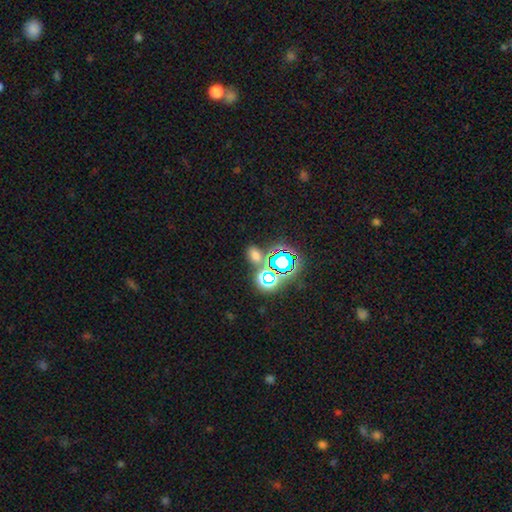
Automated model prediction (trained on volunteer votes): Overall: smooth (56%; star or artifact 36%). How rounded: in between (74%). Merging: none (71%).